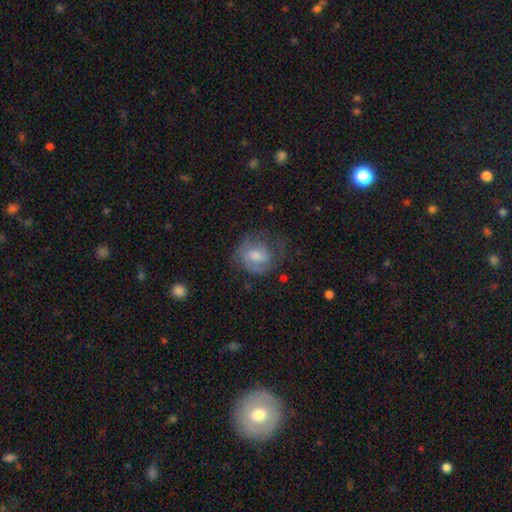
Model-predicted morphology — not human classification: featured or disk 54%, smooth 37%, star or artifact 9%. Down the decision tree: edge-on disk — no (96%); bar — weak (46%); spiral arms — yes (75%); bulge size — moderate (52%); merging — none (56%).